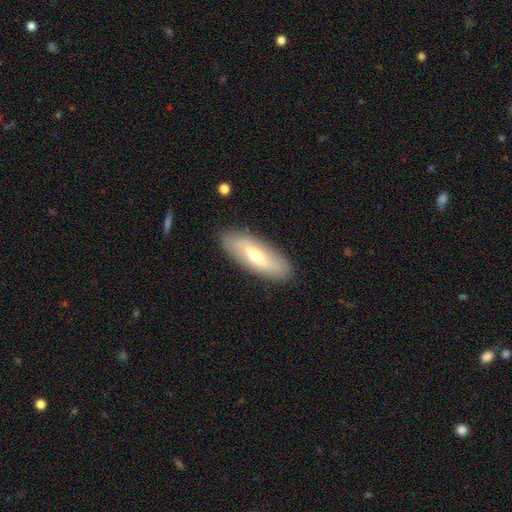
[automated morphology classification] smooth_or_featured: featured or disk (p=0.52) [alt: smooth p=0.42]
disk_edge_on: no (p=0.73) [alt: yes p=0.27]
merging: none (p=0.87) [alt: minor disturbance p=0.09]